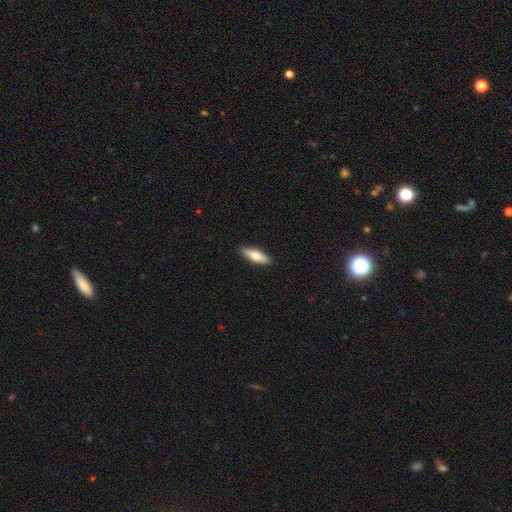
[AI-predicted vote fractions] A smooth galaxy with no disk features (67%) that is cigar-shaped (51%).

Vote fractions:
- Smooth or featured? smooth: 67% / featured or disk: 28% / star or artifact: 6%
- How rounded? cigar-shaped: 51% / in between: 47% / round: 2%
- Merging? none: 89% / minor disturbance: 8% / major disturbance: 2% / merger: 1%